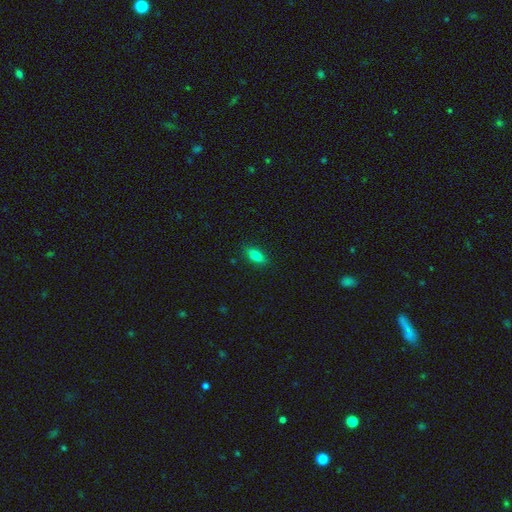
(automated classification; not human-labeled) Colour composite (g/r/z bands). It shows a smooth galaxy with no disk features (79%) that is in between round and cigar-shaped (77%). Merging: none (86%).